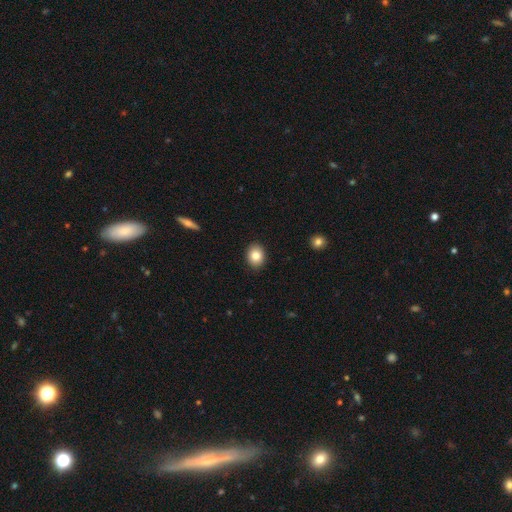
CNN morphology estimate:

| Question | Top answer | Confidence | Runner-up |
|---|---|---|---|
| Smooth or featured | smooth | 83% | star or artifact (9%) |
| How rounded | in between | 51% | round (49%) |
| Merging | none | 91% | minor disturbance (7%) |